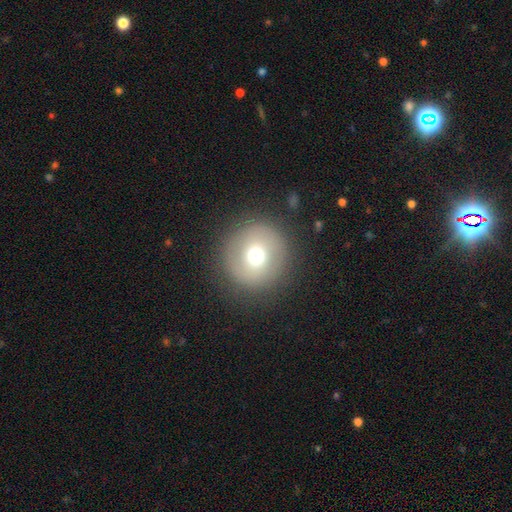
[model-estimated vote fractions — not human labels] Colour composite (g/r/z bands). It shows a smooth galaxy with no disk features (67%) that is round (96%). Merging: none (87%).